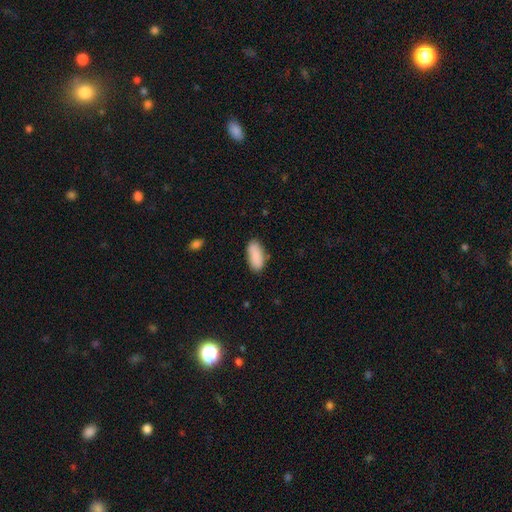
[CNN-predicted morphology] Overall: smooth (89%). How rounded: in between (88%). Merging: none (81%).